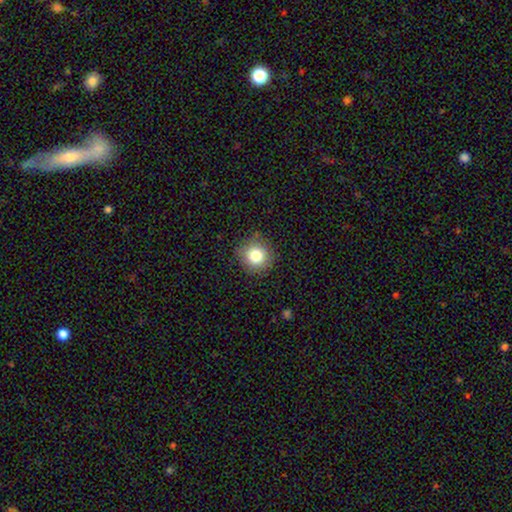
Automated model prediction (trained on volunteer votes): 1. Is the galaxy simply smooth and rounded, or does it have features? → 81% smooth, 11% star or artifact, 8% featured or disk.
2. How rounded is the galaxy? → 93% round, 7% in between, 1% cigar-shaped.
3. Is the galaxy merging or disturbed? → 87% none, 9% minor disturbance, 3% major disturbance, 1% merger.